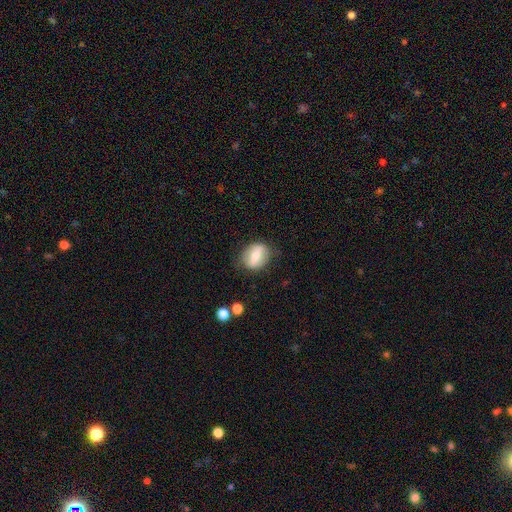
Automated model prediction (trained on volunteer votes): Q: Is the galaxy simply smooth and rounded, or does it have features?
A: smooth — 54%.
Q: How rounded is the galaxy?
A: in between — 62%.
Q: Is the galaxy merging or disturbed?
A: none — 76%.